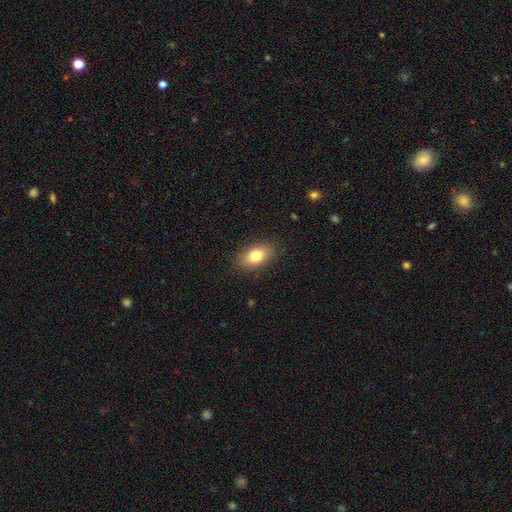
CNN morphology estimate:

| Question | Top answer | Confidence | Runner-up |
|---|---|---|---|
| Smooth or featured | smooth | 81% | featured or disk (10%) |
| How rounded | in between | 88% | round (9%) |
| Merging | none | 87% | minor disturbance (9%) |